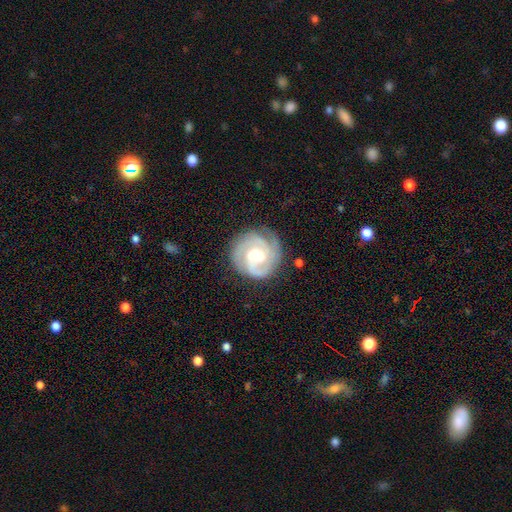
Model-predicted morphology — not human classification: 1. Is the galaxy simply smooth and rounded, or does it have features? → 86% featured or disk, 10% smooth, 5% star or artifact.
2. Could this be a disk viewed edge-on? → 98% no, 2% yes.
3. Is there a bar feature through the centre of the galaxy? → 52% weak, 31% no, 17% strong.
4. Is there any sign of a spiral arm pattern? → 97% yes, 3% no.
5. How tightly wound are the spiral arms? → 59% tight, 34% medium, 6% loose.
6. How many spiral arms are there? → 43% 2, 33% 3, 12% can't tell, 4% 4, 4% 1, 3% more than 4.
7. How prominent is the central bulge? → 68% moderate, 20% small, 10% large, 1% none, 1% dominant.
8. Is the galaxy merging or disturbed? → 80% none, 14% minor disturbance, 5% major disturbance, 1% merger.